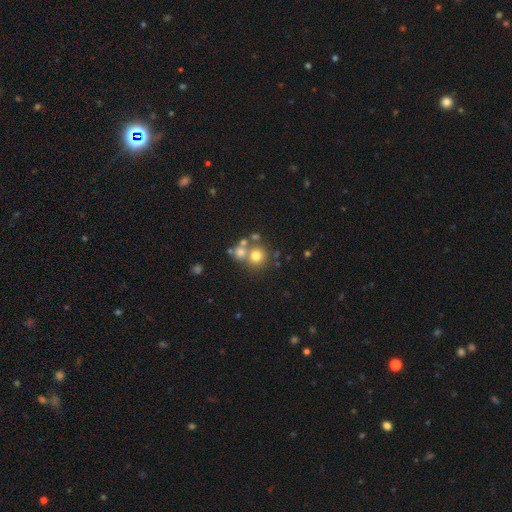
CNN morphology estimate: Q: Smooth or featured?
A: smooth (71%); runner-up: star or artifact (15%)
Q: How rounded?
A: round (89%); runner-up: in between (10%)
Q: Merging?
A: none (58%); runner-up: merger (30%)